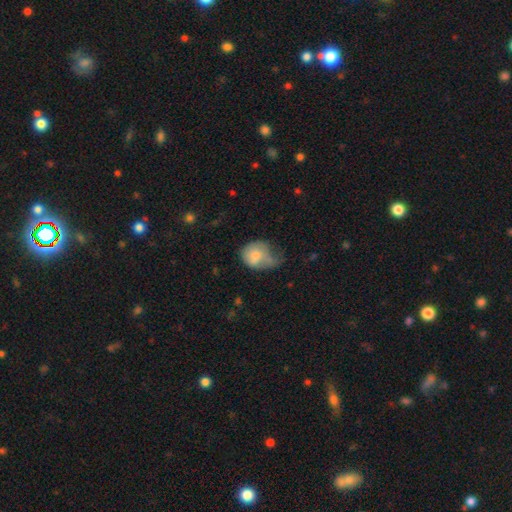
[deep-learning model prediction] Smooth or featured? smooth (73%)
How rounded? round (51%)
Merging? minor disturbance (34%)